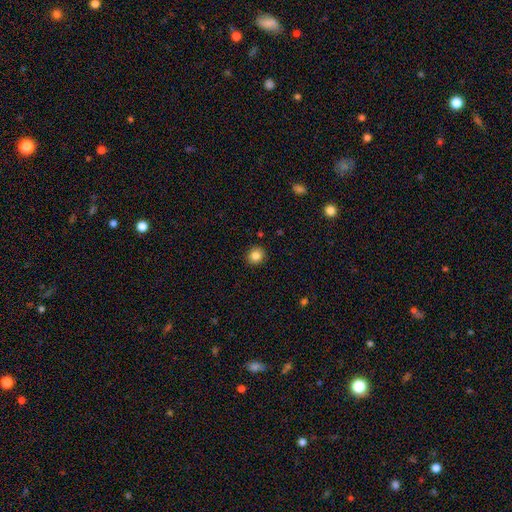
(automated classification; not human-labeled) Overall: smooth (84%). How rounded: round (89%). Merging: none (91%).